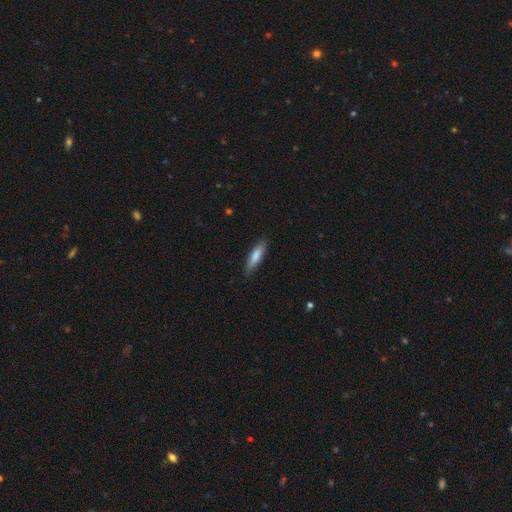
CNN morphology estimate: Smooth or featured? smooth (80%)
How rounded? cigar-shaped (66%)
Merging? none (84%)